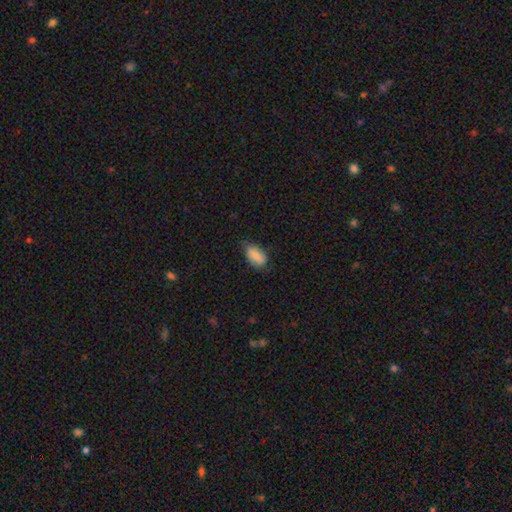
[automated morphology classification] Q: Smooth or featured?
A: smooth (82%); runner-up: featured or disk (11%)
Q: How rounded?
A: in between (92%); runner-up: round (5%)
Q: Merging?
A: none (66%); runner-up: minor disturbance (28%)